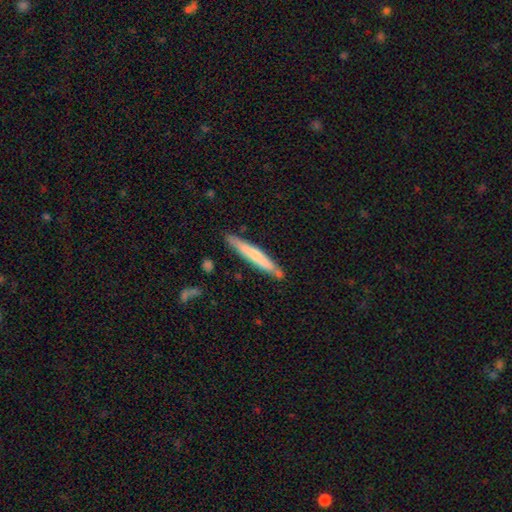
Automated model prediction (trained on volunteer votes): Smooth or featured?
  - smooth: 61% *
  - featured or disk: 34%
  - star or artifact: 5%
How rounded?
  - cigar-shaped: 95% *
  - in between: 4%
  - round: 1%
Merging?
  - none: 81% *
  - minor disturbance: 13%
  - merger: 4%
  - major disturbance: 2%